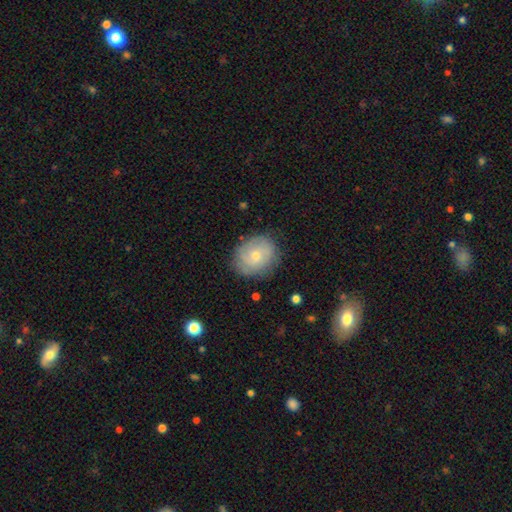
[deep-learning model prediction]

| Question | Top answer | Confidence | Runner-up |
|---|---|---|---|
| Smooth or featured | smooth | 51% | featured or disk (40%) |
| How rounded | round | 60% | in between (39%) |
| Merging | none | 79% | minor disturbance (16%) |